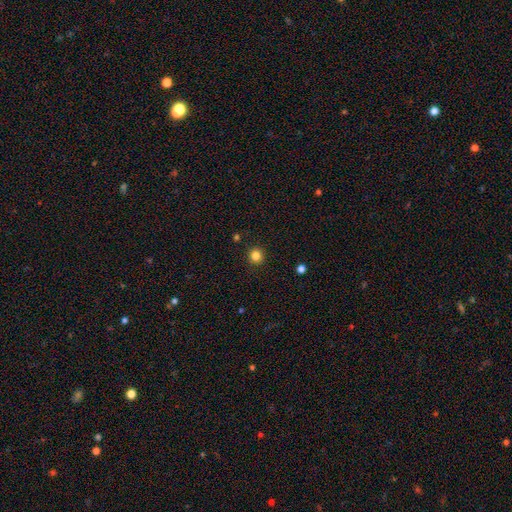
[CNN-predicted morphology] smooth 83%, star or artifact 12%, featured or disk 4%. Down the decision tree: how rounded — round (94%); merging — none (92%).